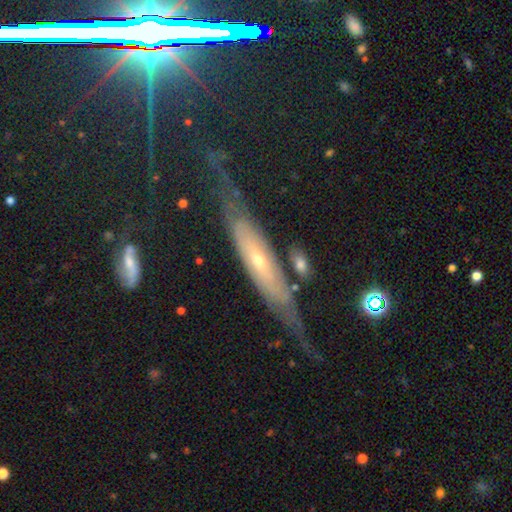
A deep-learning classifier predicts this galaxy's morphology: featured or disk 70%, smooth 17%, star or artifact 13%. Down the decision tree: edge-on disk — yes (55%); merging — none (62%).